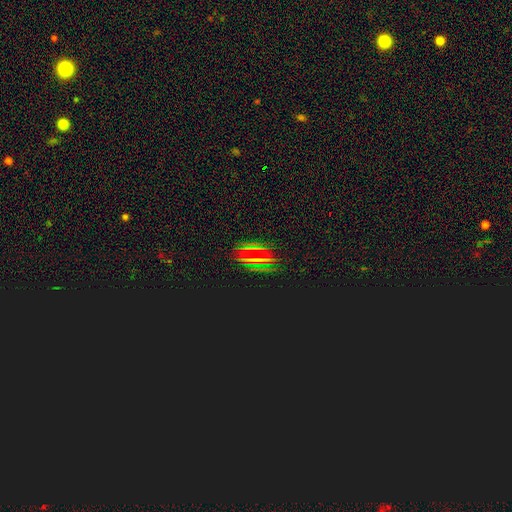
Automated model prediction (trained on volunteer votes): star or artifact 65%, smooth 21%, featured or disk 14%.